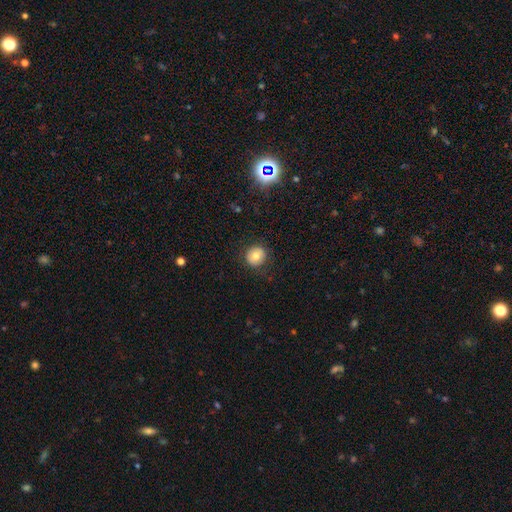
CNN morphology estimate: type=smooth (77%); roundness=round (88%); merging=none (85%).